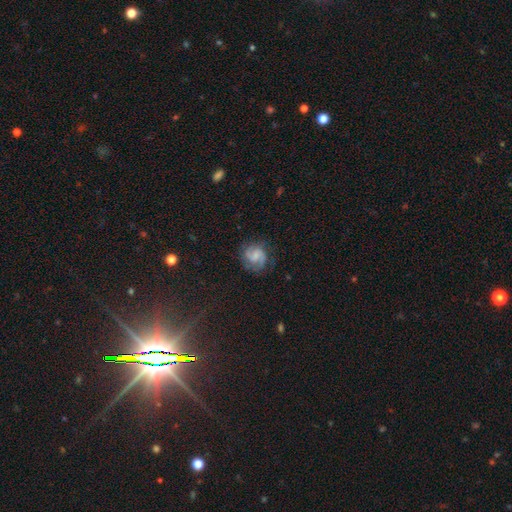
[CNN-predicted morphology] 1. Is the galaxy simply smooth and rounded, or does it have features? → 71% featured or disk, 21% smooth, 8% star or artifact.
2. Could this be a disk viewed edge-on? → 98% no, 2% yes.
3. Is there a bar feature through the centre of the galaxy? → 46% weak, 44% no, 10% strong.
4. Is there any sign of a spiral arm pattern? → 94% yes, 6% no.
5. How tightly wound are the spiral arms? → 48% medium, 34% tight, 17% loose.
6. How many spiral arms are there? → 76% 2, 10% can't tell, 7% 3, 3% 1, 2% 4, 2% more than 4.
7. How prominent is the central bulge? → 44% small, 31% none, 20% moderate, 4% large, 1% dominant.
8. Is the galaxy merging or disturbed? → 74% none, 17% minor disturbance, 8% major disturbance, 1% merger.